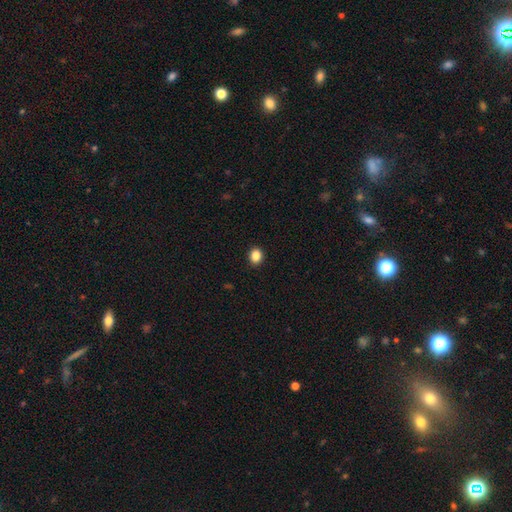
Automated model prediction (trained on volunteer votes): This is clearly a smooth galaxy (86%). How rounded: likely round (61%). Merging: clearly none (92%).